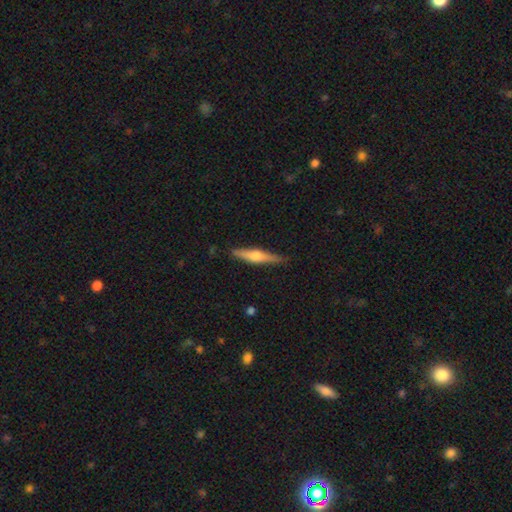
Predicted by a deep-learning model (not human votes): featured or disk 61%, smooth 33%, star or artifact 6%. Down the decision tree: edge-on disk — yes (97%); edge-on bulge — rounded (90%); merging — none (87%).